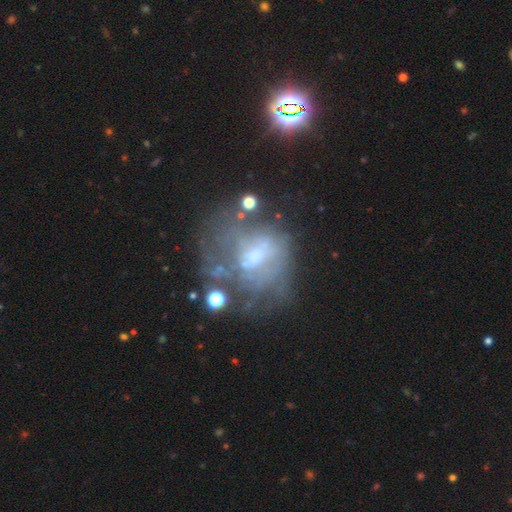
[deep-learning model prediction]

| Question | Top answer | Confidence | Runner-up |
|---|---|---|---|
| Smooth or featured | featured or disk | 61% | smooth (24%) |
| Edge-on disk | no | 97% | yes (3%) |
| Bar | no | 65% | weak (28%) |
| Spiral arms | no | 66% | yes (34%) |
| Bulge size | moderate | 39% | small (27%) |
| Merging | none | 42% | major disturbance (29%) |